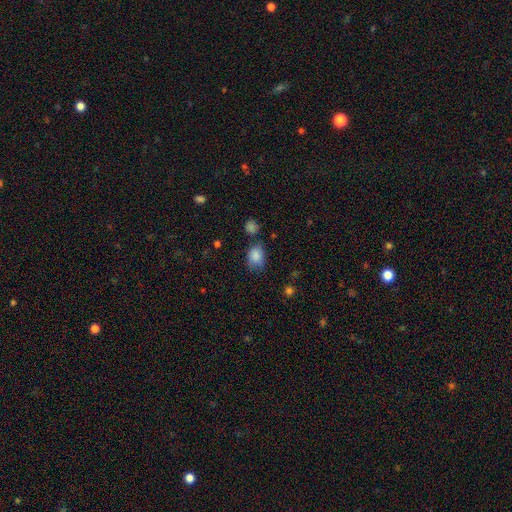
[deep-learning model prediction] Morphology: type=smooth (83%); roundness=in between (71%); merging=none (56%).